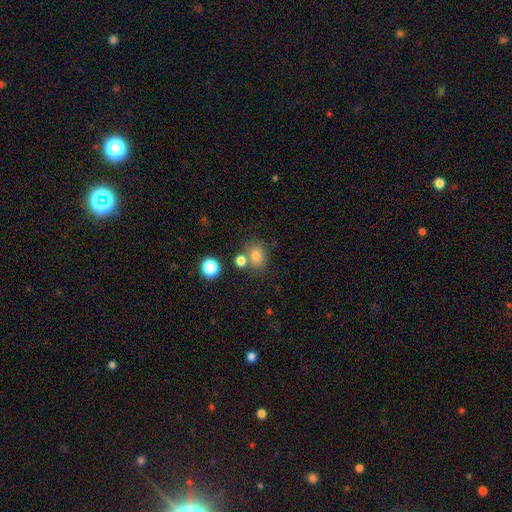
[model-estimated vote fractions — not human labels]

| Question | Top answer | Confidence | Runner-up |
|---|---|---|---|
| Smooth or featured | smooth | 77% | star or artifact (13%) |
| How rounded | round | 50% | in between (49%) |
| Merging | none | 61% | merger (22%) |